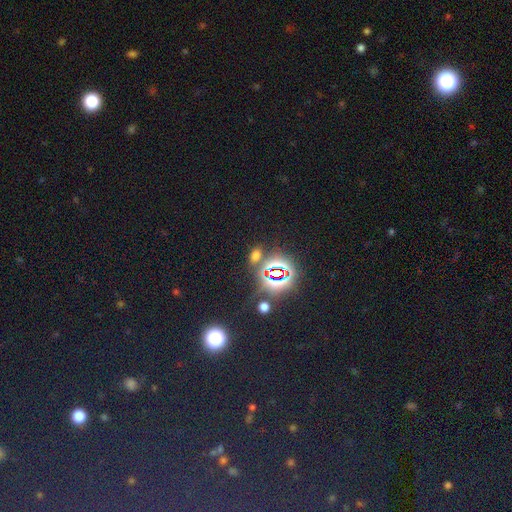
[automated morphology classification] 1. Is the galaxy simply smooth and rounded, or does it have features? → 46% smooth (tied), 46% star or artifact (tied), 7% featured or disk.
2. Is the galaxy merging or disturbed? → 76% none, 10% minor disturbance, 9% merger, 5% major disturbance.